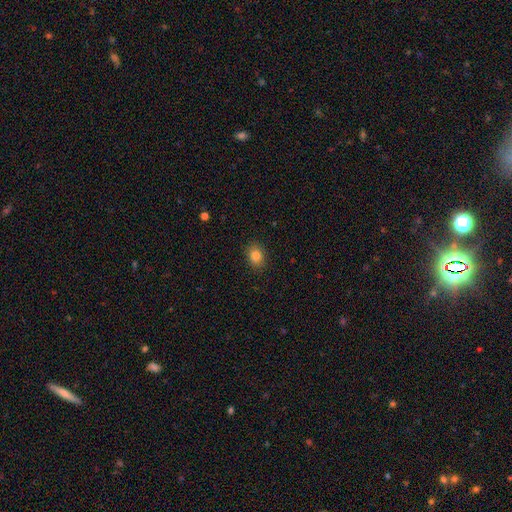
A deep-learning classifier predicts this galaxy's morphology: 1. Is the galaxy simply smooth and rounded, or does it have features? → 85% smooth, 11% star or artifact, 5% featured or disk.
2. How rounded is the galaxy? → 62% in between, 37% round, 1% cigar-shaped.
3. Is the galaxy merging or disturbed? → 87% none, 9% minor disturbance, 2% major disturbance, 1% merger.